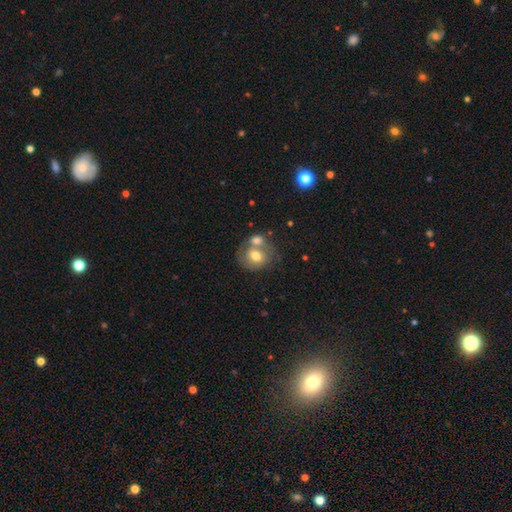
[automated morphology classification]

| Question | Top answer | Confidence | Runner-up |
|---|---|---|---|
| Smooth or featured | smooth | 61% | featured or disk (31%) |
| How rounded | round | 61% | in between (38%) |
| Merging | merger | 50% | none (33%) |